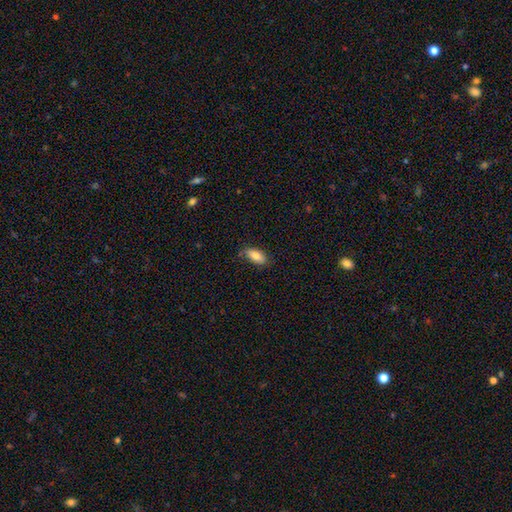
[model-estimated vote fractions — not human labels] smooth_or_featured: smooth (p=0.81) [alt: featured or disk p=0.12]
how_rounded: in between (p=0.88) [alt: cigar-shaped p=0.09]
merging: none (p=0.76) [alt: minor disturbance p=0.19]